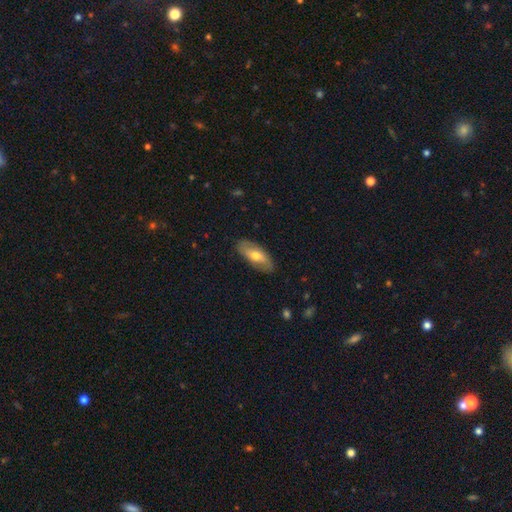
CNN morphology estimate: Smooth or featured? smooth (51%)
How rounded? in between (83%)
Merging? none (84%)